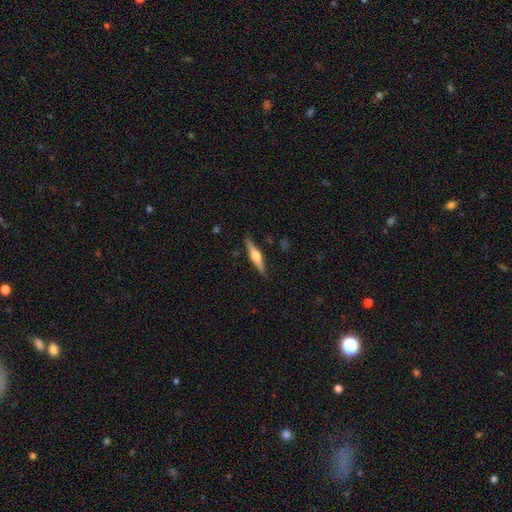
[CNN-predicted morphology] featured or disk 64%, smooth 30%, star or artifact 5%. Down the decision tree: edge-on disk — yes (97%); edge-on bulge — rounded (92%); merging — none (89%).